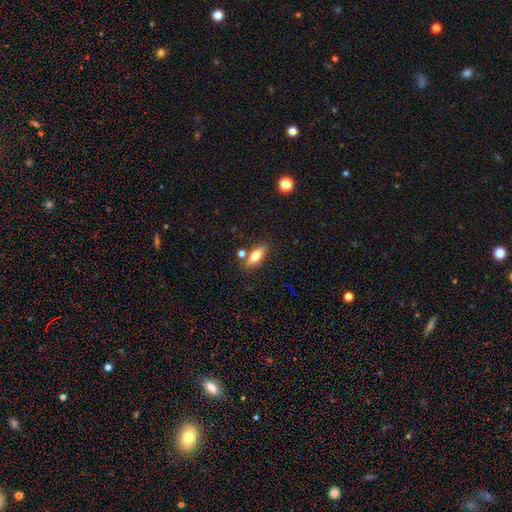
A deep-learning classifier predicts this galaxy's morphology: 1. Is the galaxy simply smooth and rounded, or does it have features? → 70% smooth, 22% featured or disk, 8% star or artifact.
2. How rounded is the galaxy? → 70% in between, 26% cigar-shaped, 4% round.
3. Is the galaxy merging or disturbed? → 78% none, 11% minor disturbance, 8% merger, 3% major disturbance.